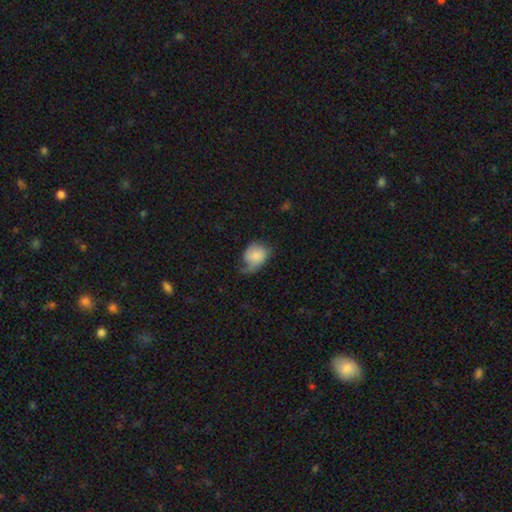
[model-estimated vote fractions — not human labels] Morphology: type=smooth (59%); roundness=in between (55%); merging=minor disturbance (36%).